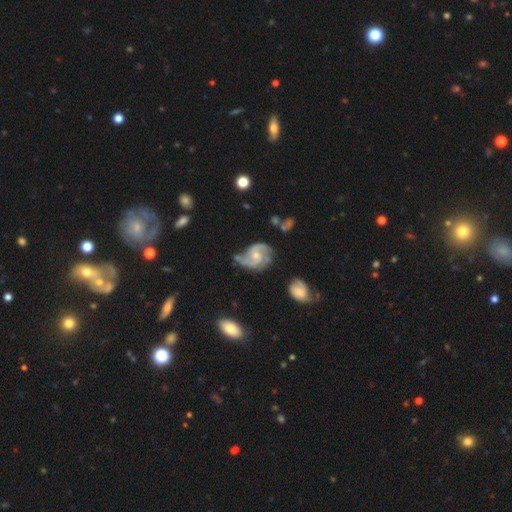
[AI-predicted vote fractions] Smooth or featured: featured or disk — 85% (smooth — 9%)
Edge-on disk: no — 98% (yes — 2%)
Bar: no — 54% (weak — 39%)
Spiral arms: yes — 96% (no — 4%)
Spiral winding: medium — 52% (tight — 26%)
Spiral arm count: 2 — 78% (3 — 9%)
Bulge size: moderate — 51% (small — 40%)
Merging: none — 51% (minor disturbance — 27%)